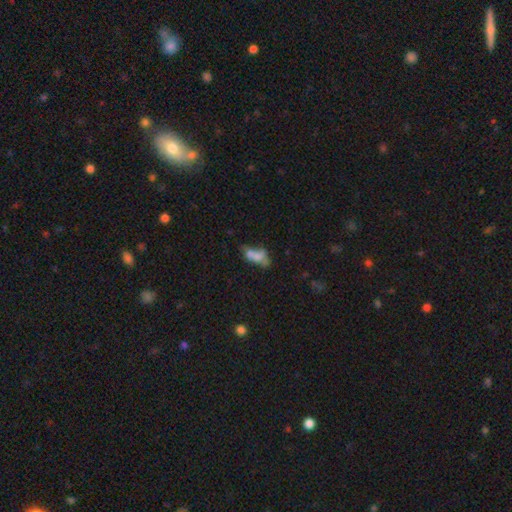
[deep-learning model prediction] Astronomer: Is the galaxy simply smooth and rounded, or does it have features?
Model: smooth — 52% (runner-up: featured or disk, 34%).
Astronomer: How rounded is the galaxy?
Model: in between — 79%.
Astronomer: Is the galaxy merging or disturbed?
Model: merger — 45% (runner-up: none, 23%).